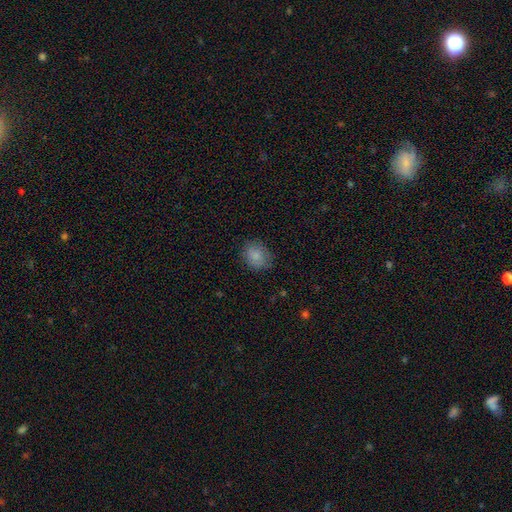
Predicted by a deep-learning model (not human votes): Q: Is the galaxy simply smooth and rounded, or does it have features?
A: smooth — 84%.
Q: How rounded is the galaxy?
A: round — 52%.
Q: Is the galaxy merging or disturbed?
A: none — 76%.